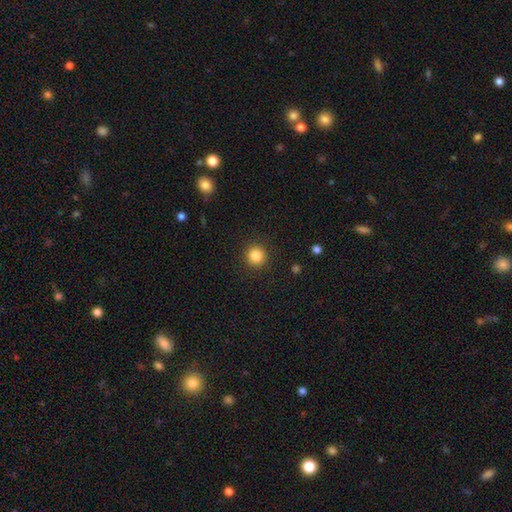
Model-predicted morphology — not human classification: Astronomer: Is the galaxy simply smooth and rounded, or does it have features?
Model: smooth — 85%.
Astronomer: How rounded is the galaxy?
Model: round — 94%.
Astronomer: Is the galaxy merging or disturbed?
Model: none — 91%.